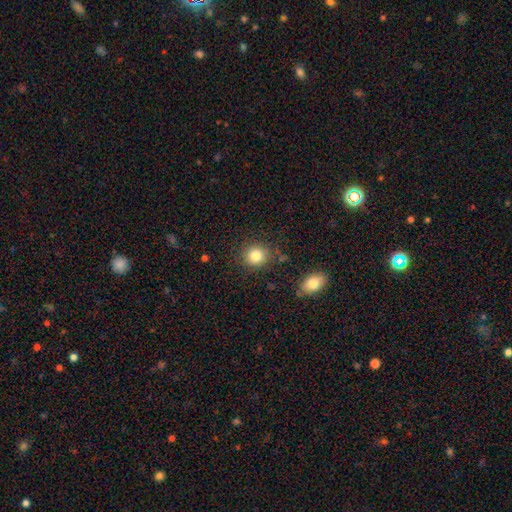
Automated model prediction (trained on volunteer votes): A smooth galaxy with no disk features (83%) that is round (85%). Merging: none (84%).